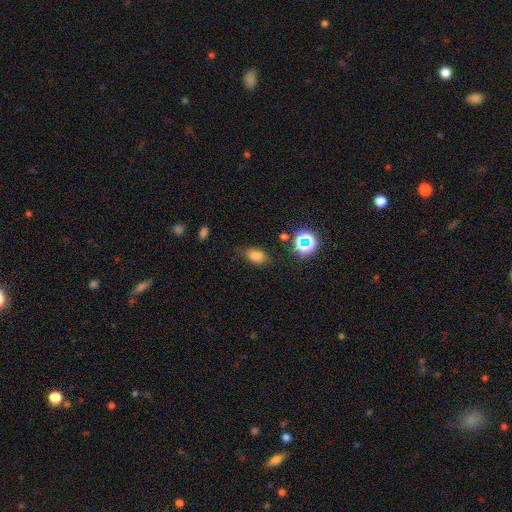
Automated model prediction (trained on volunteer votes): A smooth galaxy with no disk features (74%) that is in between round and cigar-shaped (83%). Merging: none (70%).